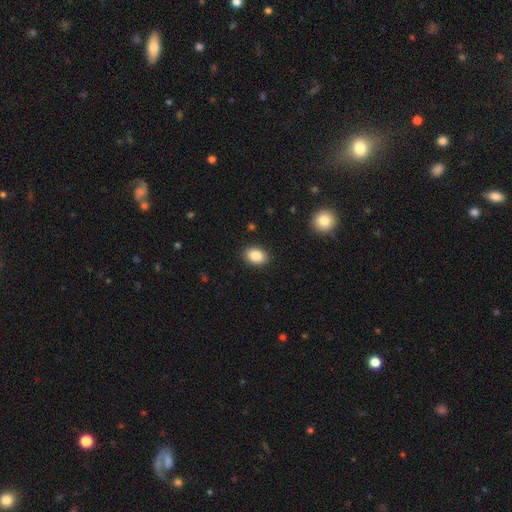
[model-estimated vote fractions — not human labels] A smooth galaxy with no disk features (87%) that is in between round and cigar-shaped (80%).

Vote fractions:
- Smooth or featured? smooth: 87% / star or artifact: 8% / featured or disk: 5%
- How rounded? in between: 80% / round: 19% / cigar-shaped: 1%
- Merging? none: 89% / minor disturbance: 8% / major disturbance: 2% / merger: 1%